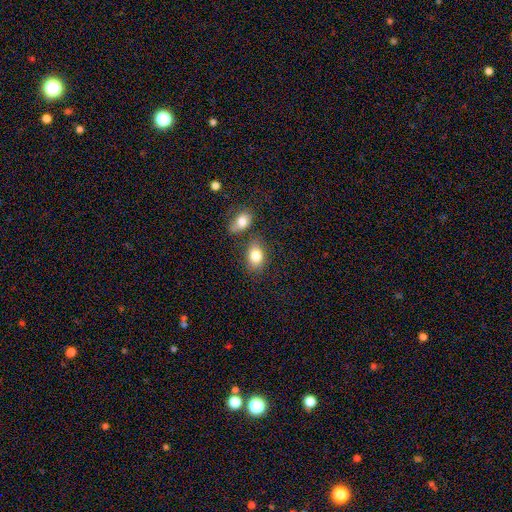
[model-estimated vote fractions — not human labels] A smooth galaxy with no disk features (82%) that is in between round and cigar-shaped (78%).

Vote fractions:
- Smooth or featured? smooth: 82% / featured or disk: 9% / star or artifact: 8%
- How rounded? in between: 78% / round: 21% / cigar-shaped: 1%
- Merging? none: 66% / merger: 17% / minor disturbance: 14% / major disturbance: 4%